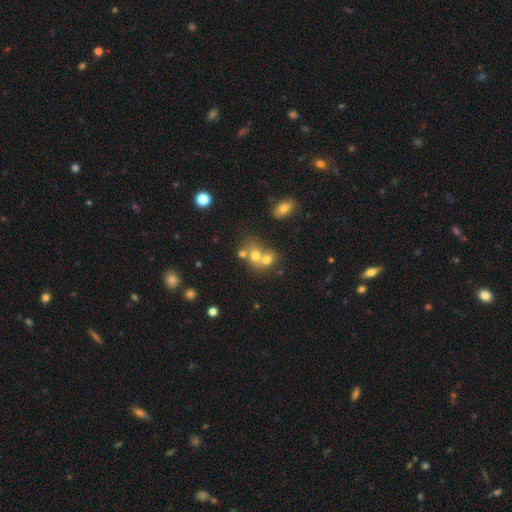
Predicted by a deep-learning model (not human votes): Smooth or featured: smooth — 58% (featured or disk — 22%)
How rounded: round — 65% (in between — 34%)
Merging: merger — 59% (none — 30%)